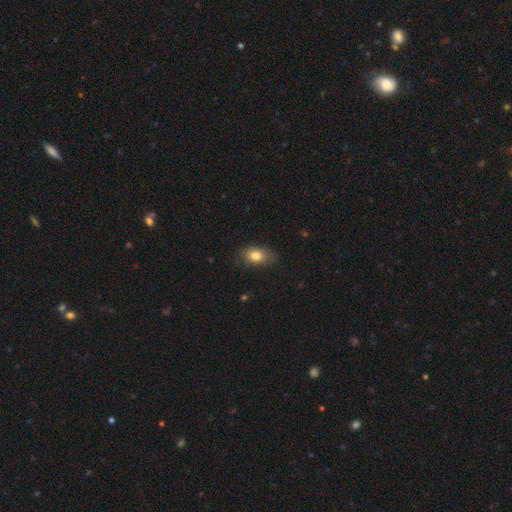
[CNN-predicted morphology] Q: Smooth or featured?
A: smooth (78%); runner-up: featured or disk (13%)
Q: How rounded?
A: in between (85%); runner-up: round (12%)
Q: Merging?
A: none (77%); runner-up: minor disturbance (18%)